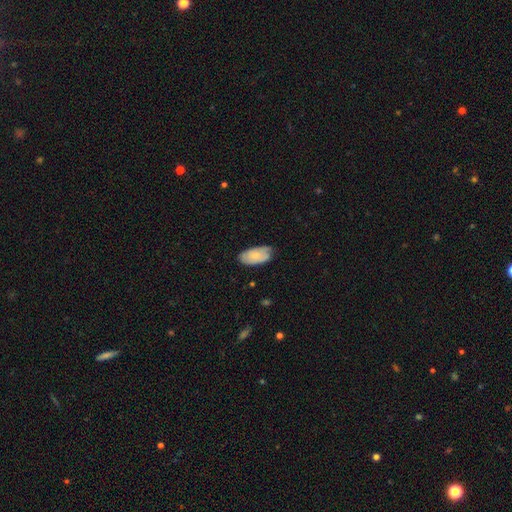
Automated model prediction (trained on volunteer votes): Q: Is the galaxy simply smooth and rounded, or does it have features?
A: smooth — 68%.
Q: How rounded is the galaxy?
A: in between — 94%.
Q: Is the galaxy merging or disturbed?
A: none — 68%.